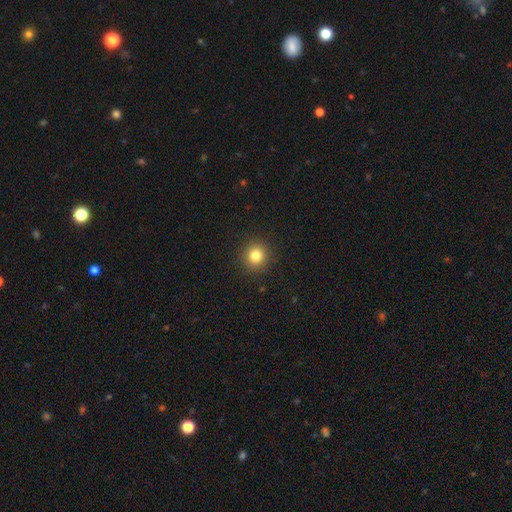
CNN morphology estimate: This is clearly a smooth galaxy (81%). How rounded: clearly round (92%). Merging: clearly none (92%).